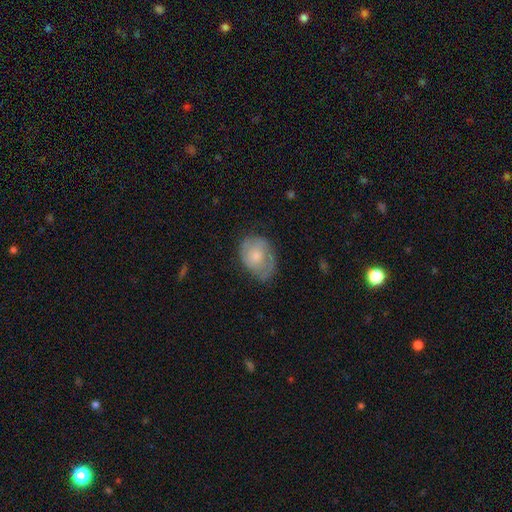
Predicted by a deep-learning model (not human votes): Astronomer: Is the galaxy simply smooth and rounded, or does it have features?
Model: featured or disk — 49% (runner-up: smooth, 44%).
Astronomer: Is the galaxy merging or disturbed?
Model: none — 56%.